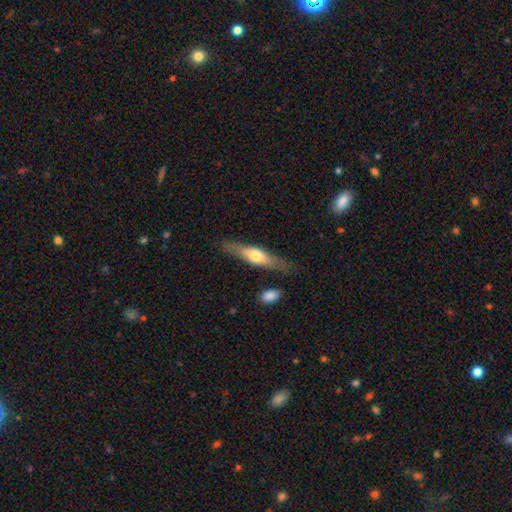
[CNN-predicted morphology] Smooth or featured? Predicted: featured or disk (p=0.50). Edge-on disk? Predicted: yes (p=0.86). Merging? Predicted: none (p=0.80).